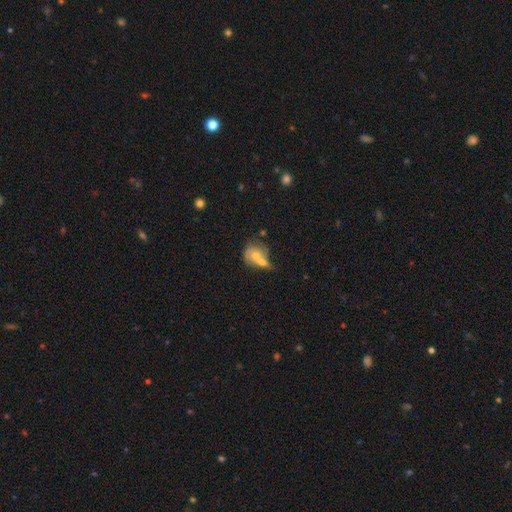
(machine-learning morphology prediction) smooth-or-featured: smooth: 47% | featured or disk: 45% | star or artifact: 8%
  merging: merger: 59% | none: 21% | minor disturbance: 12% | major disturbance: 8%